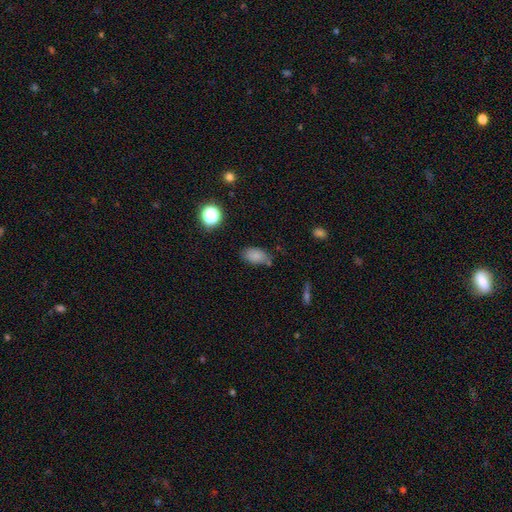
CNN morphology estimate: Smooth or featured?
  - smooth: 81% *
  - star or artifact: 12%
  - featured or disk: 8%
How rounded?
  - in between: 89% *
  - round: 9%
  - cigar-shaped: 2%
Merging?
  - none: 66% *
  - minor disturbance: 22%
  - merger: 7%
  - major disturbance: 5%